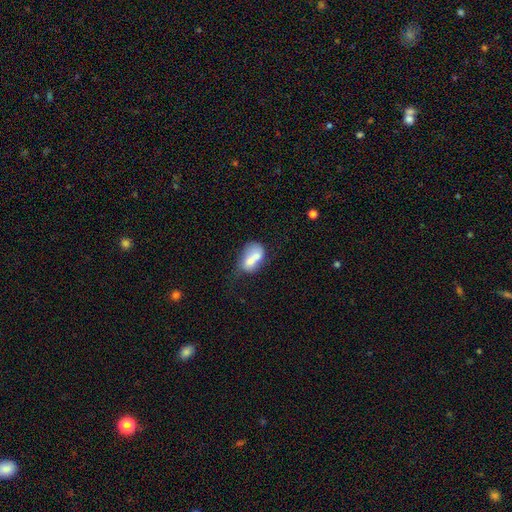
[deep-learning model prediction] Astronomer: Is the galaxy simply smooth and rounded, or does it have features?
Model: smooth — 63%.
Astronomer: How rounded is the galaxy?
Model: in between — 75%.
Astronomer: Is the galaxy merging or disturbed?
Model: merger — 64%.